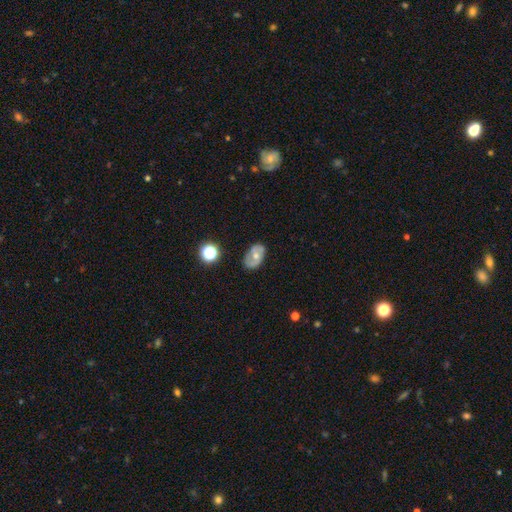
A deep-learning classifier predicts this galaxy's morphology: This appears to be a featured or disk galaxy (50%). Merging: none (72%).